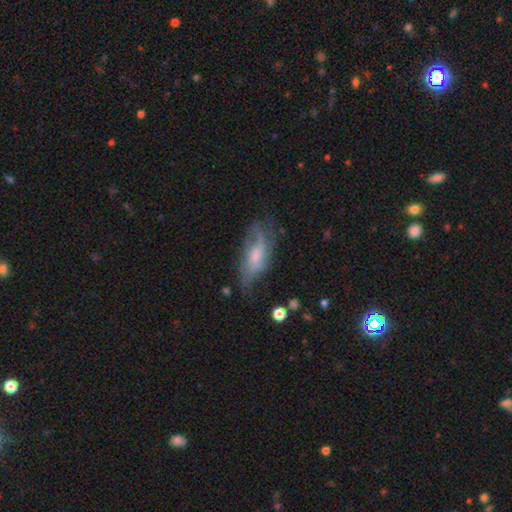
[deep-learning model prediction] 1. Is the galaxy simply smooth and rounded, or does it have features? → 58% featured or disk, 33% smooth, 9% star or artifact.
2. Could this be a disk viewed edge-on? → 79% no, 21% yes.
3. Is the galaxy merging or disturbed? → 56% none, 26% minor disturbance, 15% major disturbance, 2% merger.